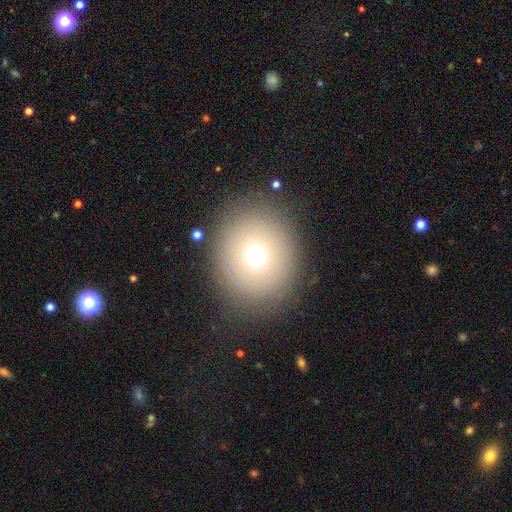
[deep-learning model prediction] Smooth or featured?
  - smooth: 68% *
  - star or artifact: 18%
  - featured or disk: 14%
How rounded?
  - round: 85% *
  - in between: 14%
  - cigar-shaped: 1%
Merging?
  - none: 86% *
  - minor disturbance: 7%
  - major disturbance: 5%
  - merger: 2%